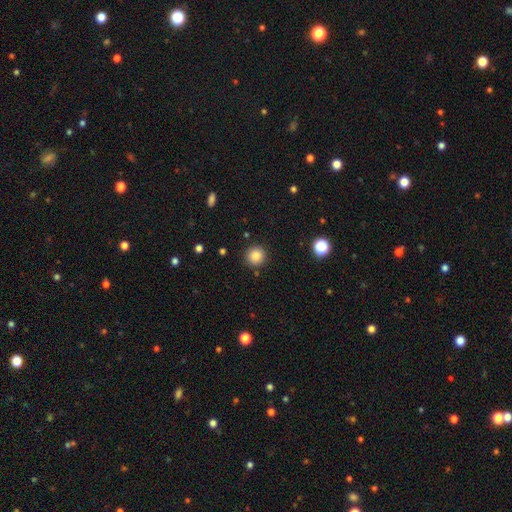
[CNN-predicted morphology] This is clearly a smooth galaxy (85%). How rounded: clearly round (94%). Merging: clearly none (90%).